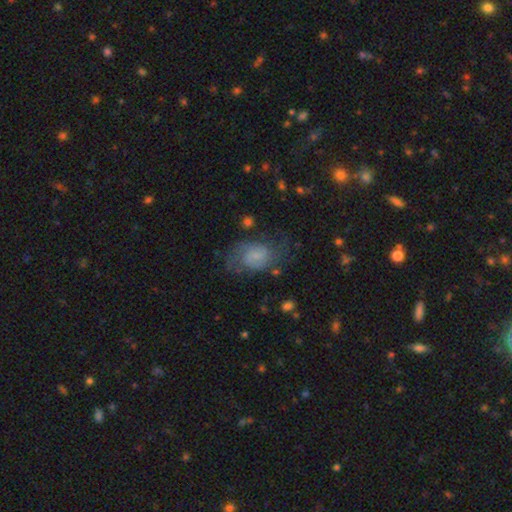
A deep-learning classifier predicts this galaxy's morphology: Smooth or featured? featured or disk (52%)
Edge-on disk? no (97%)
Bar? no (53%)
Spiral arms? yes (83%)
Bulge size? small (43%)
Merging? none (52%)